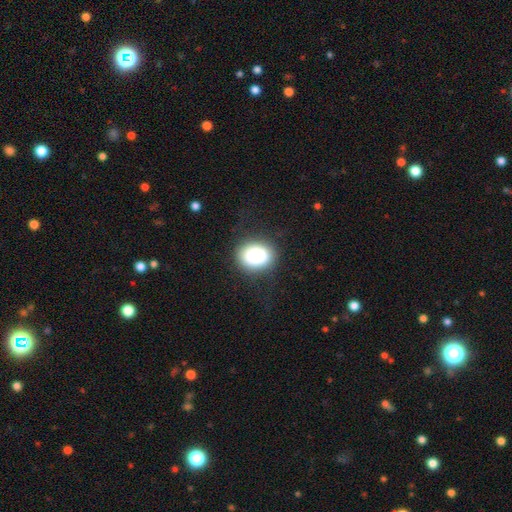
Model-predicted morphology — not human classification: This appears to be a smooth galaxy with no disk features (85%) that is round (52%). Merging: none (81%).